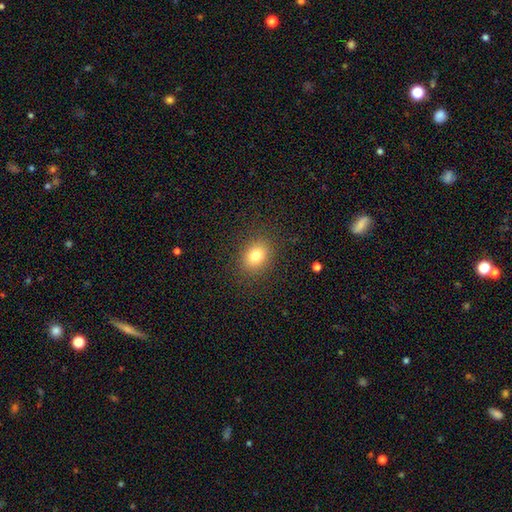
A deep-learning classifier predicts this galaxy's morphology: The model was most divided on "how rounded": round: 50%, in between: 49%, cigar-shaped: 1%. More confident: merging — none (88%); smooth or featured — smooth (79%).